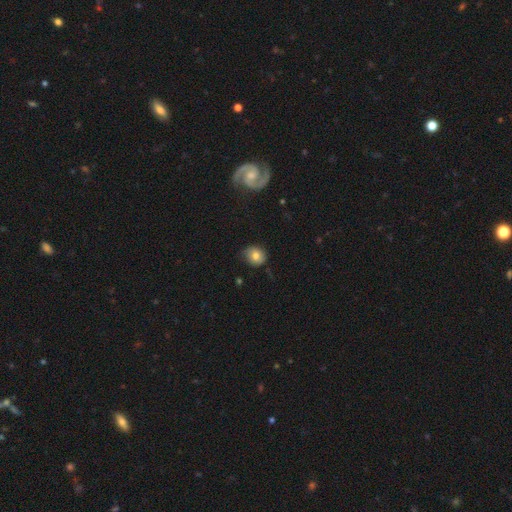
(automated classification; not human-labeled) smooth_or_featured: smooth (p=0.75) [alt: featured or disk p=0.15]
how_rounded: round (p=0.72) [alt: in between p=0.27]
merging: none (p=0.66) [alt: minor disturbance p=0.26]